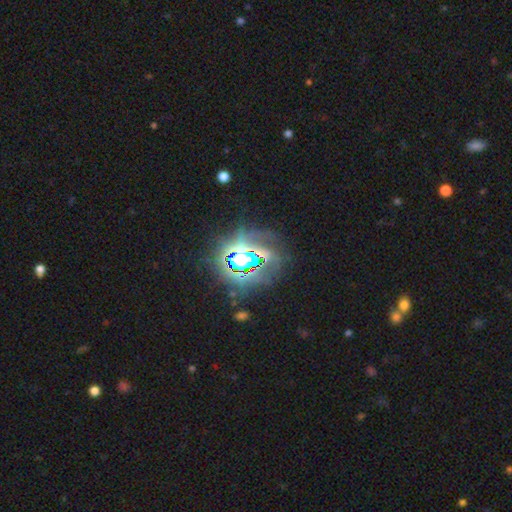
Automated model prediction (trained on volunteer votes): This is likely a star or artifact rather than a galaxy (68%).